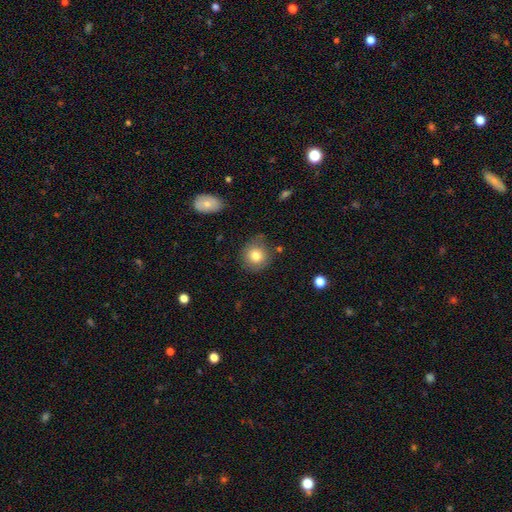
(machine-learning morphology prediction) smooth_or_featured: smooth (p=0.78) [alt: featured or disk p=0.12]
how_rounded: round (p=0.90) [alt: in between p=0.09]
merging: none (p=0.80) [alt: minor disturbance p=0.13]